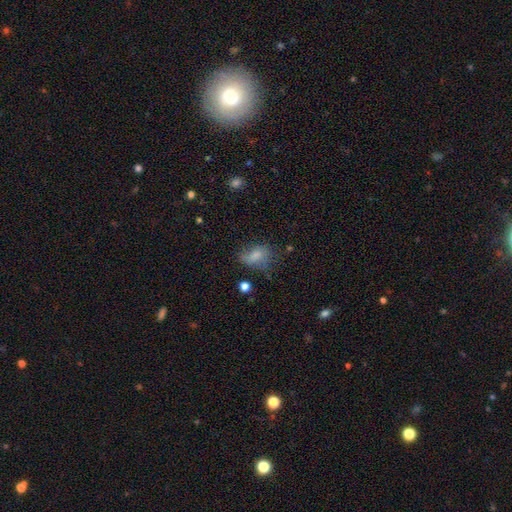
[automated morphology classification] Smooth or featured? Predicted: smooth (p=0.73). How rounded? Predicted: in between (p=0.81). Merging? Predicted: none (p=0.45).